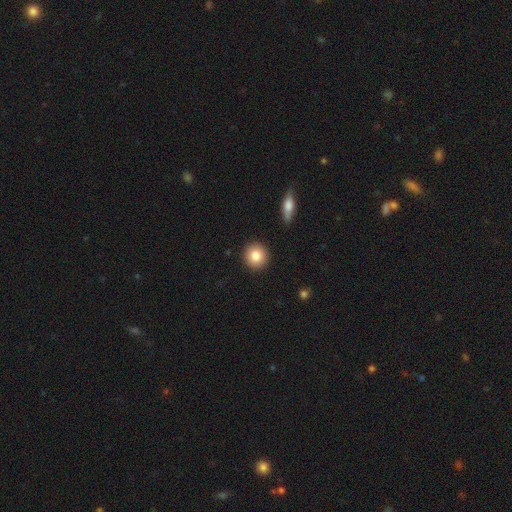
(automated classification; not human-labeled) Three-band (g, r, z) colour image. It shows a smooth galaxy with no disk features (84%) that is round (92%). Merging: none (91%).